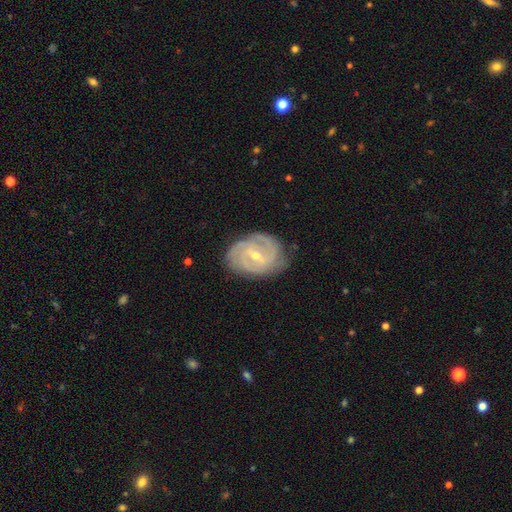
smooth_or_featured: featured or disk (p=0.97) [alt: star or artifact p=0.03]
disk_edge_on: no (p=0.97) [alt: yes p=0.03]
bar: strong (p=0.50) [alt: weak p=0.38]
has_spiral_arms: yes (p=0.97) [alt: no p=0.03]
spiral_winding: tight (p=0.58) [alt: medium p=0.33]
spiral_arm_count: 3 (p=0.45) [alt: 2 p=0.33]
bulge_size: moderate (p=0.50) [alt: small p=0.47]
merging: none (p=0.80) [alt: minor disturbance p=0.11]